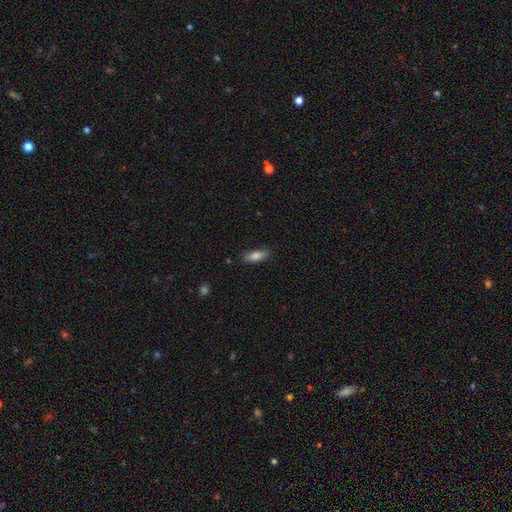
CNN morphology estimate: Overall: smooth (80%). How rounded: in between (64%; cigar-shaped 34%). Merging: none (83%).